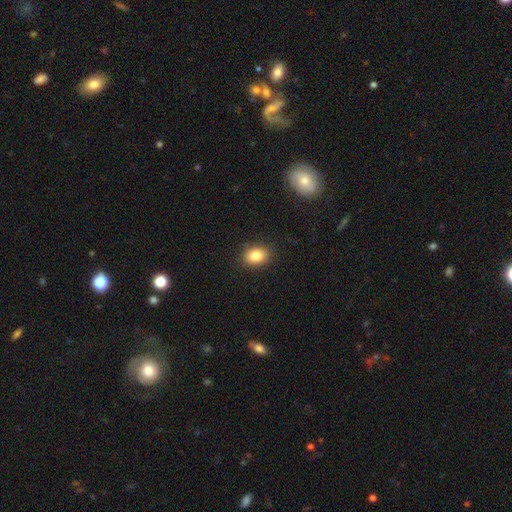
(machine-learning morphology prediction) Smooth or featured?
  - smooth: 85% *
  - star or artifact: 9%
  - featured or disk: 6%
How rounded?
  - in between: 70% *
  - round: 29%
  - cigar-shaped: 1%
Merging?
  - none: 88% *
  - minor disturbance: 9%
  - major disturbance: 2%
  - merger: 1%